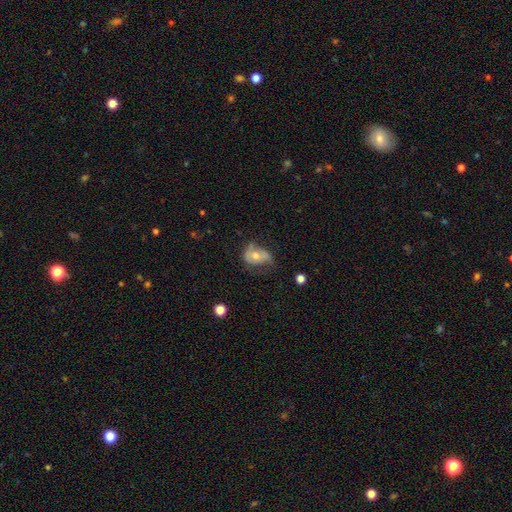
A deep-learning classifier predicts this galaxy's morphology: type=featured or disk (50%); edge-on=no (94%); merging=none (41%).